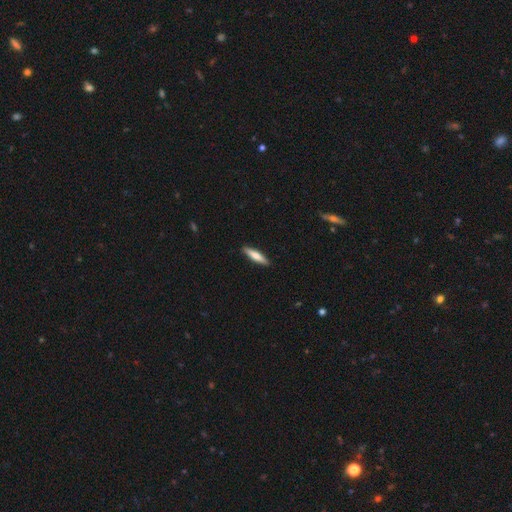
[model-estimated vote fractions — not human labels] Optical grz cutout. It shows a smooth galaxy with no disk features (66%) that is cigar-shaped (82%). Merging: none (90%).